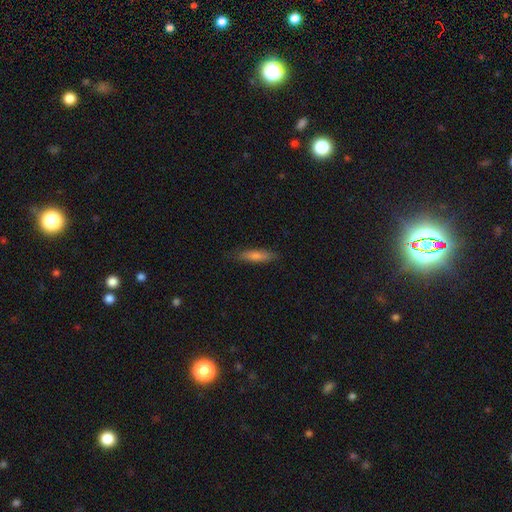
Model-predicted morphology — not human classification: smooth 72%, featured or disk 21%, star or artifact 7%. Down the decision tree: how rounded — cigar-shaped (72%); merging — none (83%).